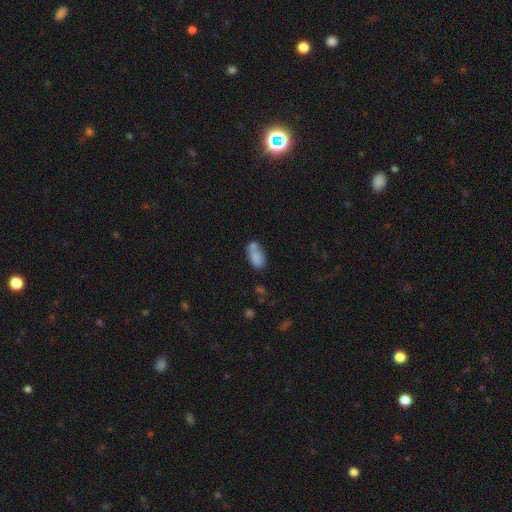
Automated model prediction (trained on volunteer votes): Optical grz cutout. It shows a smooth galaxy with no disk features (79%) that is in between round and cigar-shaped (91%). Merging: none (45%).